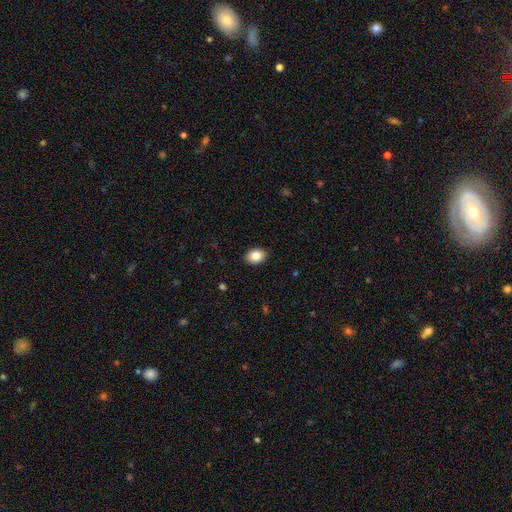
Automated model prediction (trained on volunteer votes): Smooth or featured? Predicted: smooth (p=0.85). How rounded? Predicted: in between (p=0.74). Merging? Predicted: none (p=0.89).